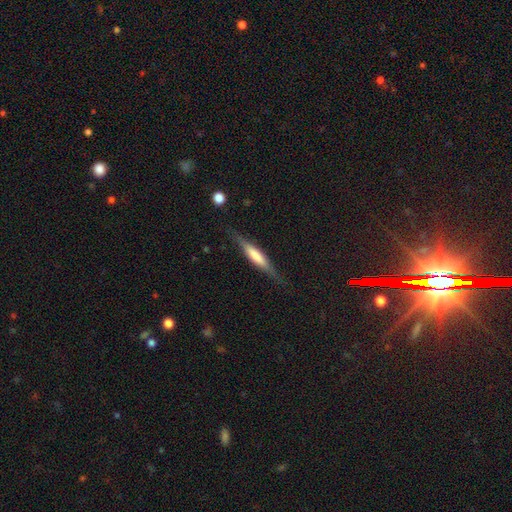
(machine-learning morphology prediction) Q: Smooth or featured?
A: featured or disk (50%); runner-up: smooth (44%)
Q: Edge-on disk?
A: yes (94%); runner-up: no (6%)
Q: Merging?
A: none (81%); runner-up: minor disturbance (14%)